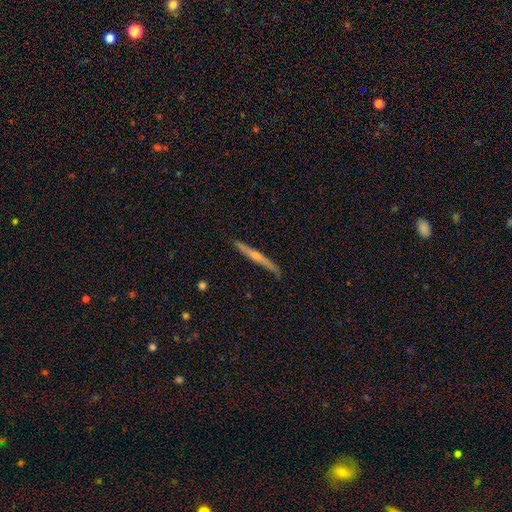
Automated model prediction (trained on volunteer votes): Smooth or featured? featured or disk (62%)
Edge-on disk? yes (96%)
Edge-on bulge? rounded (62%)
Merging? none (83%)